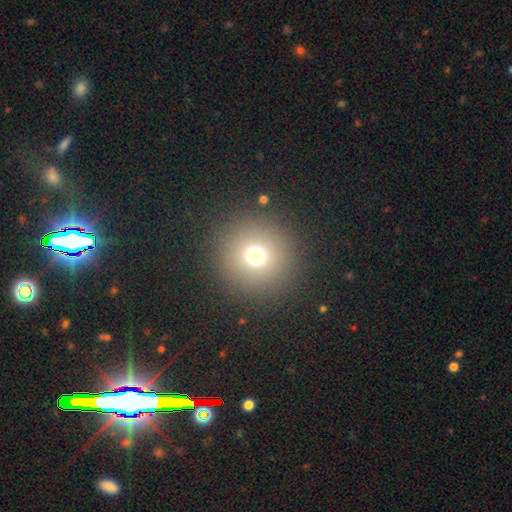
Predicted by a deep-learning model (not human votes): Smooth or featured? Predicted: smooth (p=0.70). How rounded? Predicted: round (p=0.96). Merging? Predicted: none (p=0.90).